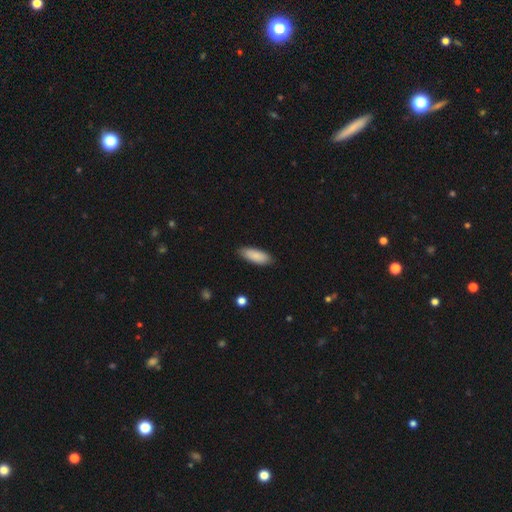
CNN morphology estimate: The model was most divided on "how rounded": in between: 68%, cigar-shaped: 30%, round: 2%. More confident: smooth or featured — smooth (88%); merging — none (86%).